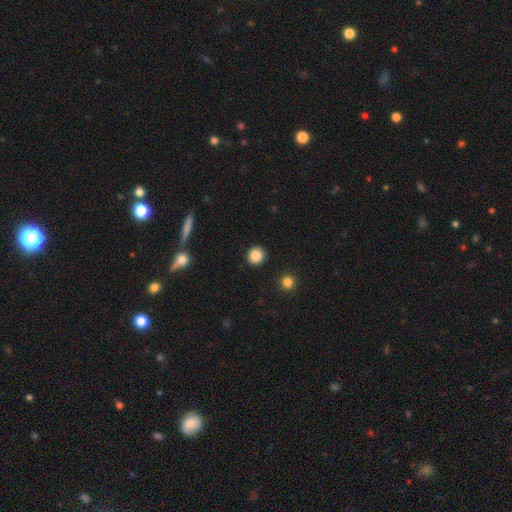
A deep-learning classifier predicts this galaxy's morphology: type=smooth (87%); roundness=round (92%); merging=none (91%).